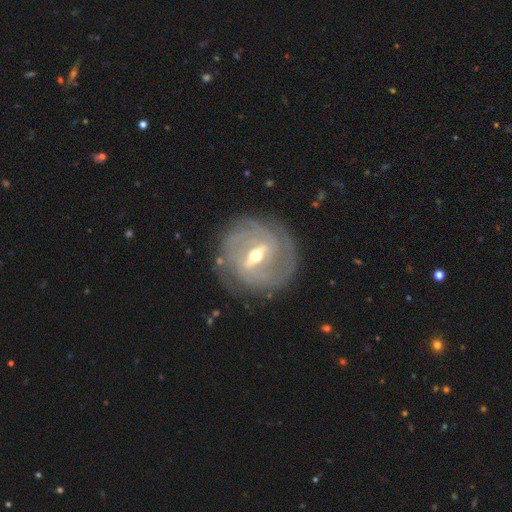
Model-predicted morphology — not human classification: smooth-or-featured: featured or disk: 90% | smooth: 6% | star or artifact: 5%
  disk-edge-on: no: 94% | yes: 6%
    bar: strong: 61% | weak: 31% | no: 7%
    has-spiral-arms: yes: 94% | no: 6%
      spiral-winding: tight: 78% | medium: 17% | loose: 5%
      spiral-arm-count: can't tell: 31% | 2: 21% | 3: 20% | 4: 15% | more than 4: 7% | 1: 6%
    bulge-size: moderate: 65% | small: 30% | large: 4% | none: 1% | dominant: 1%
  merging: none: 81% | minor disturbance: 13% | major disturbance: 4% | merger: 2%